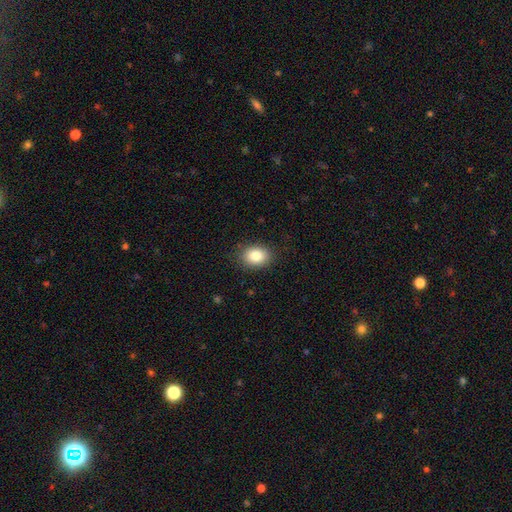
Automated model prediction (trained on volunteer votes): The model was most divided on "how rounded": in between: 61%, round: 38%, cigar-shaped: 1%. More confident: merging — none (87%); smooth or featured — smooth (83%).